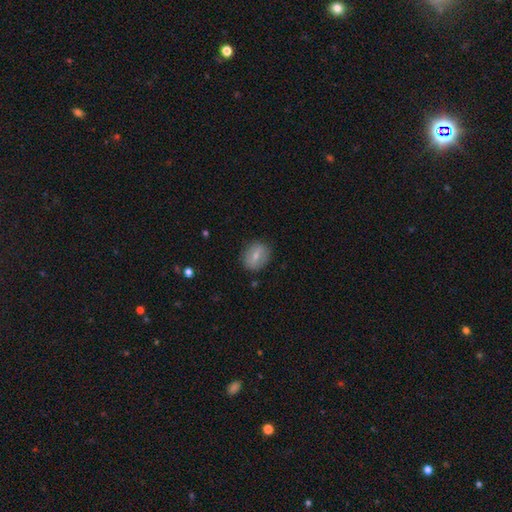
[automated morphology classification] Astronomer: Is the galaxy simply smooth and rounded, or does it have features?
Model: smooth — 66%.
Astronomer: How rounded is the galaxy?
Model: in between — 50% (runner-up: round, 48%).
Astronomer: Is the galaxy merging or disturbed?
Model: none — 84%.